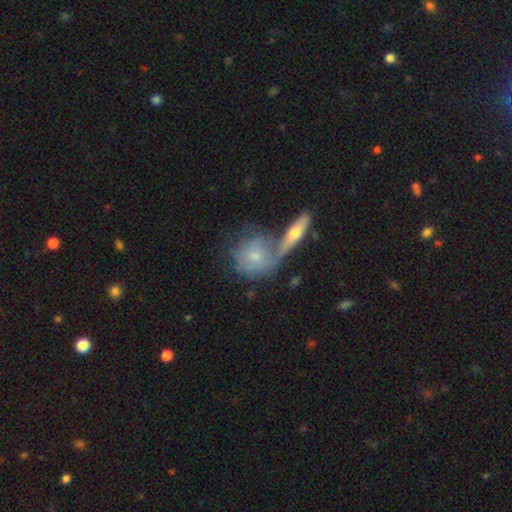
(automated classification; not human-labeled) Q: Smooth or featured?
A: featured or disk (44%); runner-up: smooth (32%)
Q: Merging?
A: merger (45%); runner-up: none (38%)